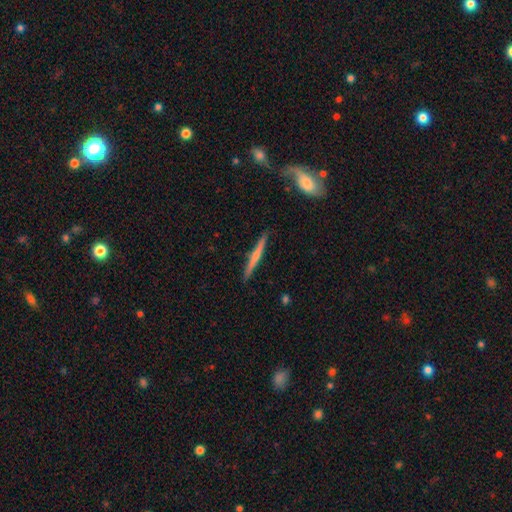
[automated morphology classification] featured or disk 53%, smooth 41%, star or artifact 5%. Down the decision tree: edge-on disk — yes (97%); edge-on bulge — none (51%); merging — none (89%).